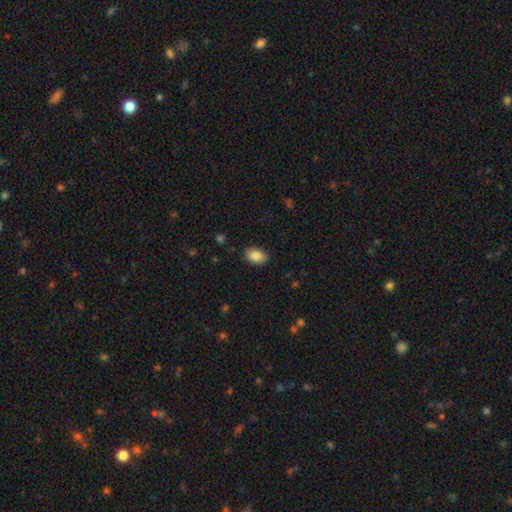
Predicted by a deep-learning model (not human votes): A smooth galaxy with no disk features (86%) that is in between round and cigar-shaped (88%).

Vote fractions:
- Smooth or featured? smooth: 86% / star or artifact: 7% / featured or disk: 7%
- How rounded? in between: 88% / round: 11% / cigar-shaped: 1%
- Merging? none: 87% / minor disturbance: 10% / major disturbance: 2% / merger: 1%